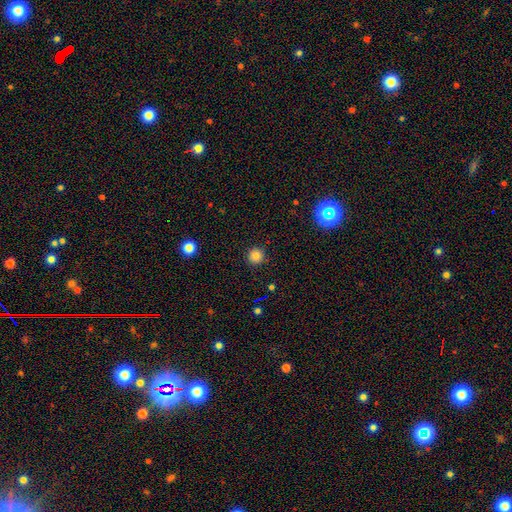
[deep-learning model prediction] Morphology: type=smooth (81%); roundness=round (95%); merging=none (91%).